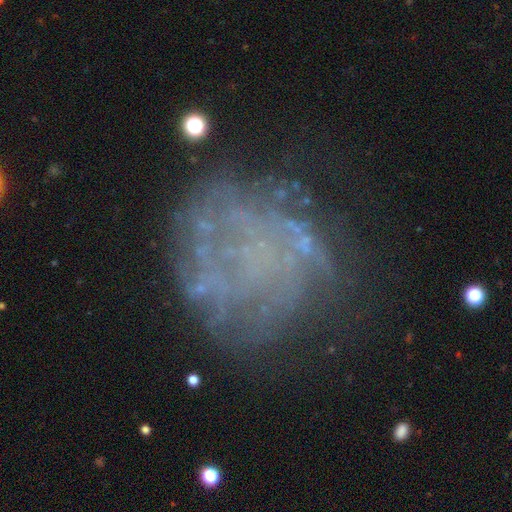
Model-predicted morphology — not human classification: A featured or disk galaxy (61%) with no bar (91%), no spiral arms (72%) and no central bulge (85%). Merging: none (60%).